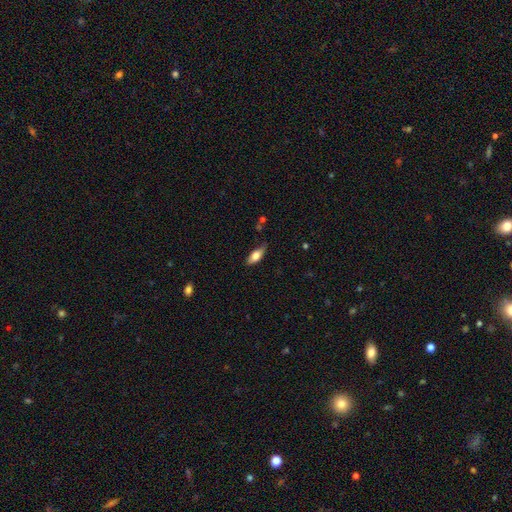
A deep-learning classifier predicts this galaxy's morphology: smooth_or_featured: smooth (p=0.69) [alt: featured or disk p=0.24]
how_rounded: in between (p=0.74) [alt: cigar-shaped p=0.23]
merging: none (p=0.74) [alt: minor disturbance p=0.21]